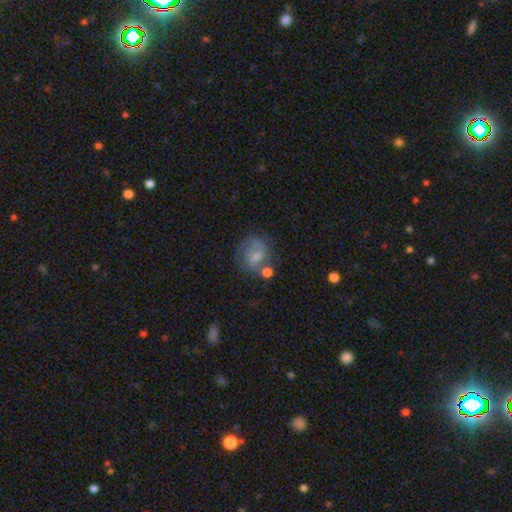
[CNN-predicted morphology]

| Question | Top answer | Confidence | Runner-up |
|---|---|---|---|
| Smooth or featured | smooth | 49% | featured or disk (40%) |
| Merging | none | 48% | minor disturbance (22%) |